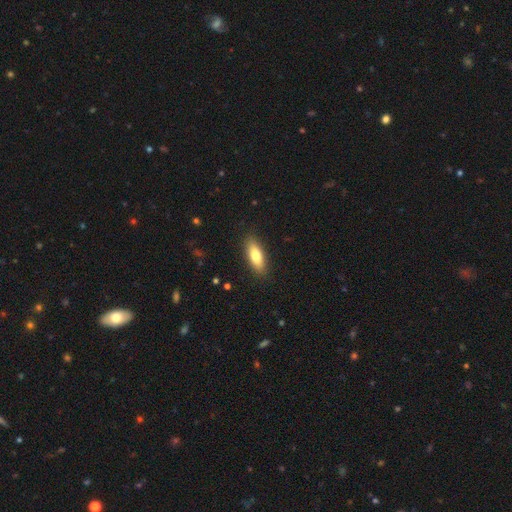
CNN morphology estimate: smooth_or_featured: smooth (p=0.76) [alt: featured or disk p=0.18]
how_rounded: in between (p=0.69) [alt: cigar-shaped p=0.29]
merging: none (p=0.88) [alt: minor disturbance p=0.09]